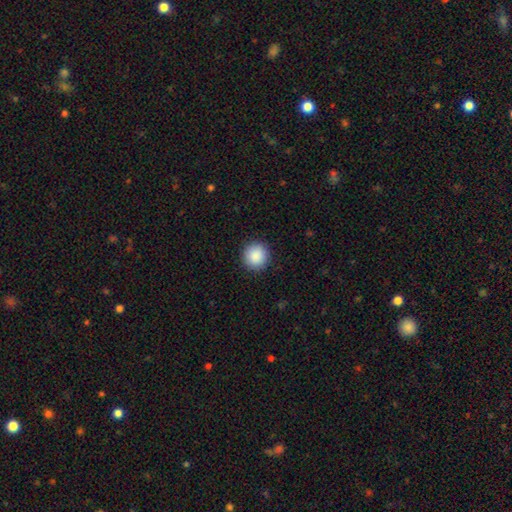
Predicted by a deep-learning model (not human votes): smooth_or_featured: smooth (p=0.89) [alt: star or artifact p=0.08]
how_rounded: round (p=0.94) [alt: in between p=0.05]
merging: none (p=0.92) [alt: minor disturbance p=0.05]